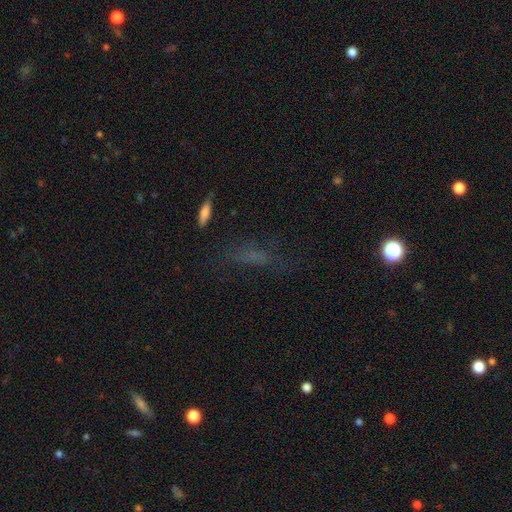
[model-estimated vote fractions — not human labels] smooth-or-featured: smooth: 44% | star or artifact: 30% | featured or disk: 25%
  merging: none: 61% | minor disturbance: 19% | major disturbance: 15% | merger: 4%